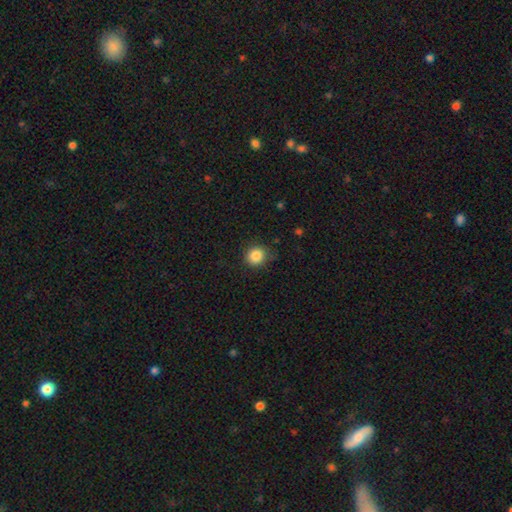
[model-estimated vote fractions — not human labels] Morphology: type=smooth (86%); roundness=round (89%); merging=none (83%).